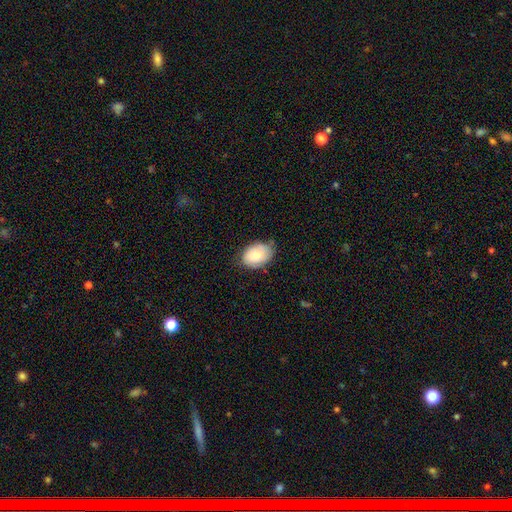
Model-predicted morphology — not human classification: Smooth or featured?
  - smooth: 76% *
  - featured or disk: 18%
  - star or artifact: 7%
How rounded?
  - in between: 80% *
  - round: 19%
  - cigar-shaped: 1%
Merging?
  - none: 67% *
  - minor disturbance: 27%
  - major disturbance: 4%
  - merger: 2%